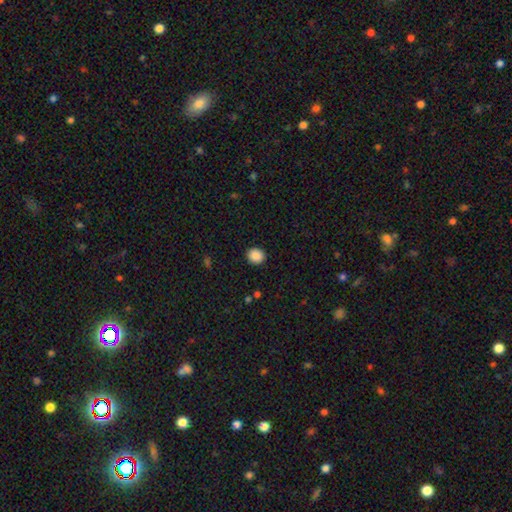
Morphology: type=smooth (95%); roundness=round (92%); merging=none (92%).